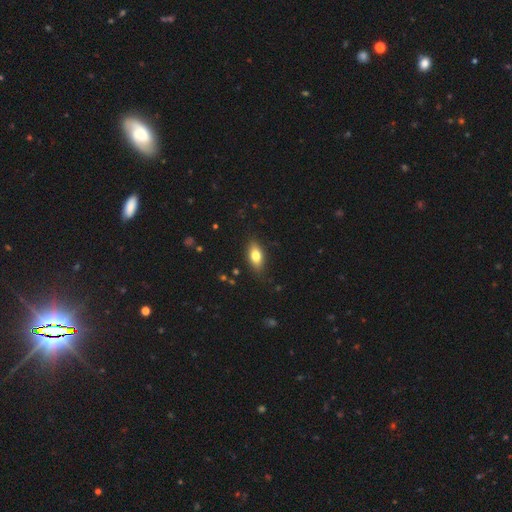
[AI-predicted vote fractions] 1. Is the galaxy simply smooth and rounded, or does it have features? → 75% smooth, 18% featured or disk, 8% star or artifact.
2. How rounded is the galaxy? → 83% in between, 12% cigar-shaped, 5% round.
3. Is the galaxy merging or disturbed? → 85% none, 12% minor disturbance, 3% major disturbance, 1% merger.